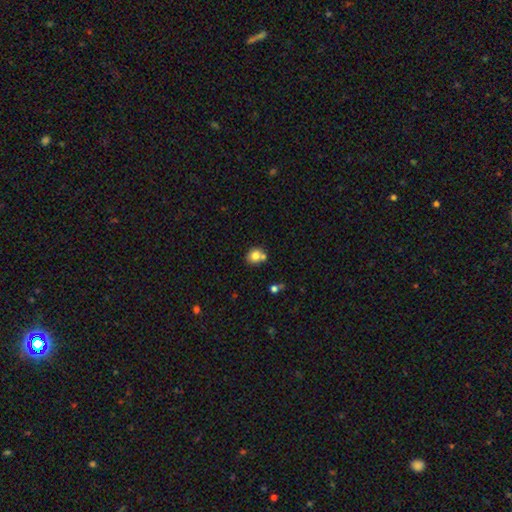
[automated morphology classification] smooth-or-featured: smooth: 79% | featured or disk: 11% | star or artifact: 10%
  how-rounded: round: 75% | in between: 24% | cigar-shaped: 1%
  merging: none: 57% | merger: 29% | minor disturbance: 10% | major disturbance: 3%